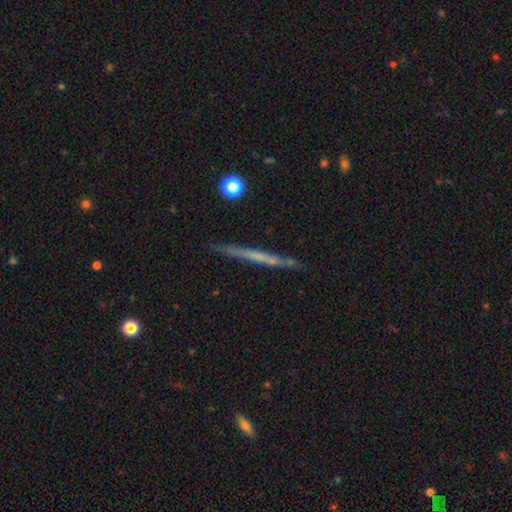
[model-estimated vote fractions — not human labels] smooth-or-featured: featured or disk: 53% | smooth: 40% | star or artifact: 7%
  disk-edge-on: yes: 96% | no: 4%
    edge-on-bulge: none: 86% | rounded: 9% | boxy: 5%
  merging: none: 85% | minor disturbance: 10% | merger: 2% | major disturbance: 2%